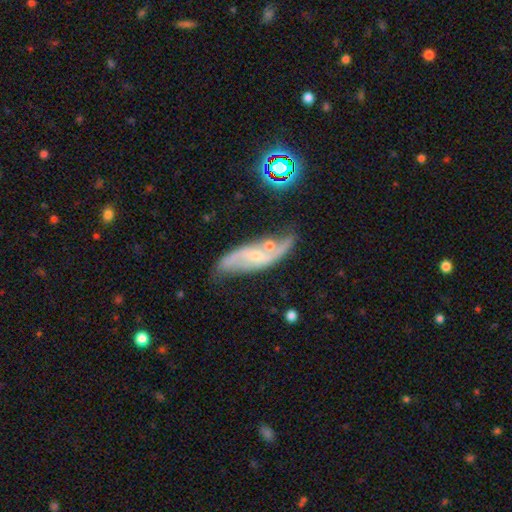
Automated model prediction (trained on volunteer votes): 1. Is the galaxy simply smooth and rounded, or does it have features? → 76% featured or disk, 16% smooth, 8% star or artifact.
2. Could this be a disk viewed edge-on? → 88% no, 12% yes.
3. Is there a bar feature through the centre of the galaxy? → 47% no, 37% weak, 17% strong.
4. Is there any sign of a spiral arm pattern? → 90% yes, 10% no.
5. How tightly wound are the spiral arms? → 68% loose, 23% medium, 9% tight.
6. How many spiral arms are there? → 87% 2, 7% can't tell, 3% 1, 1% 3, 1% 4, 1% more than 4.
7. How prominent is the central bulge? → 69% small, 23% moderate, 6% none, 1% large, 1% dominant.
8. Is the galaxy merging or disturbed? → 50% none, 24% minor disturbance, 15% merger, 11% major disturbance.